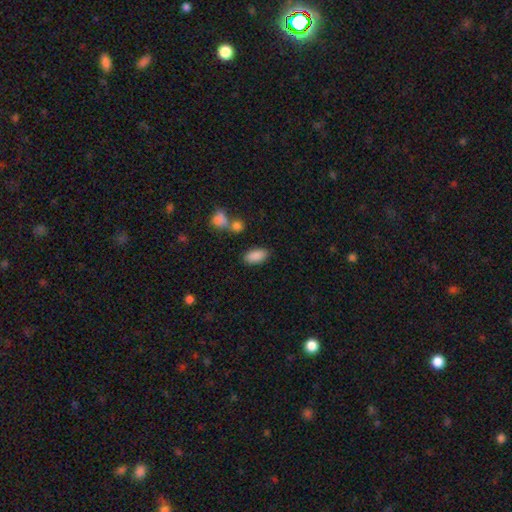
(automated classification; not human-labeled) This is clearly a smooth galaxy (88%). How rounded: clearly in between (93%). Merging: clearly none (81%).